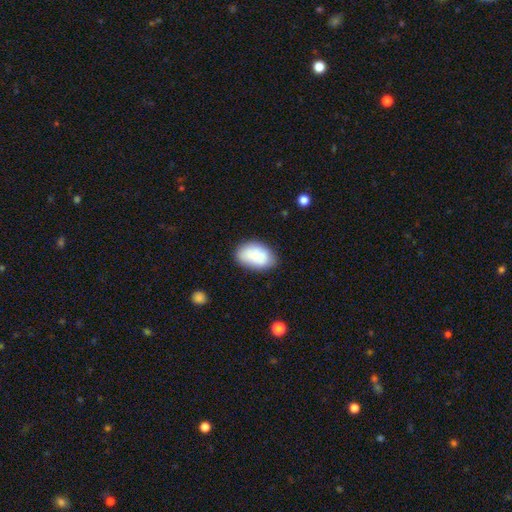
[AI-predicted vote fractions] smooth_or_featured: smooth (p=0.82) [alt: featured or disk p=0.11]
how_rounded: in between (p=0.90) [alt: round p=0.09]
merging: none (p=0.77) [alt: minor disturbance p=0.17]